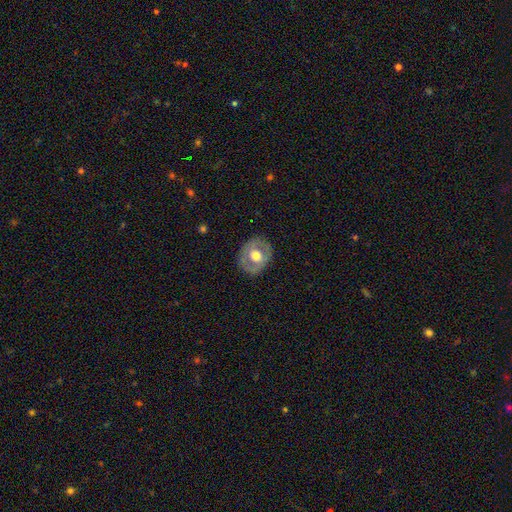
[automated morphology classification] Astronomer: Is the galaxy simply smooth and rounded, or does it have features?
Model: featured or disk — 50% (runner-up: smooth, 44%).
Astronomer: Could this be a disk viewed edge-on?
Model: no — 94%.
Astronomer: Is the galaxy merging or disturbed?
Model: none — 82%.